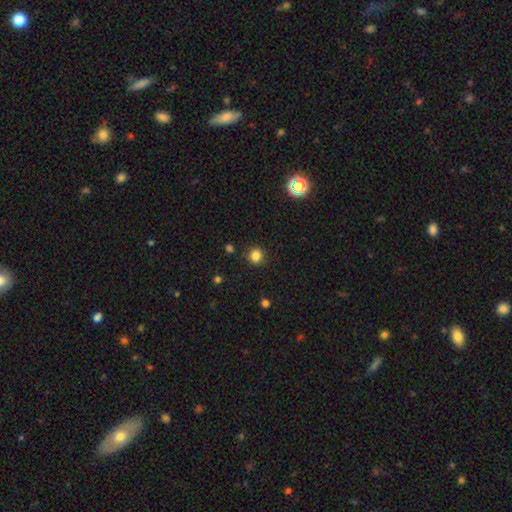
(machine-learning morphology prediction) smooth_or_featured: smooth (p=0.83) [alt: star or artifact p=0.13]
how_rounded: round (p=0.89) [alt: in between p=0.10]
merging: none (p=0.89) [alt: minor disturbance p=0.07]